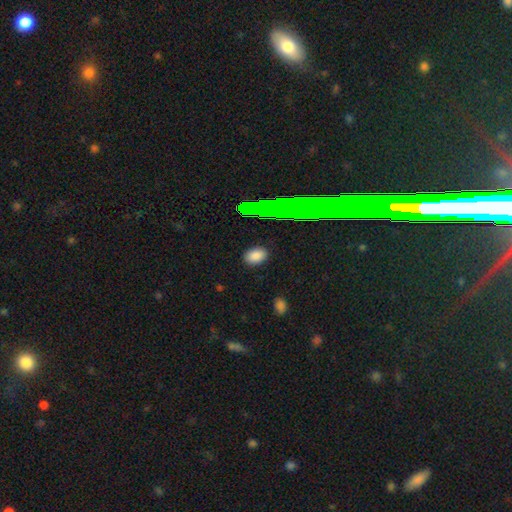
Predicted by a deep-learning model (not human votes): smooth_or_featured: smooth (p=0.84) [alt: star or artifact p=0.10]
how_rounded: in between (p=0.76) [alt: round p=0.22]
merging: none (p=0.87) [alt: minor disturbance p=0.09]